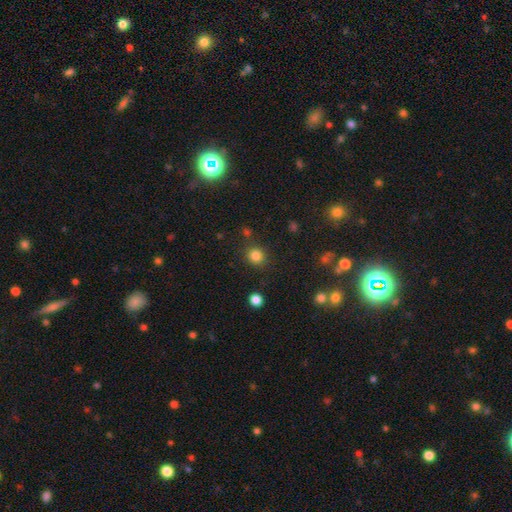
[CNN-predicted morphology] Smooth or featured?
  - smooth: 83% *
  - star or artifact: 13%
  - featured or disk: 4%
How rounded?
  - round: 90% *
  - in between: 9%
  - cigar-shaped: 1%
Merging?
  - none: 85% *
  - minor disturbance: 8%
  - merger: 4%
  - major disturbance: 3%